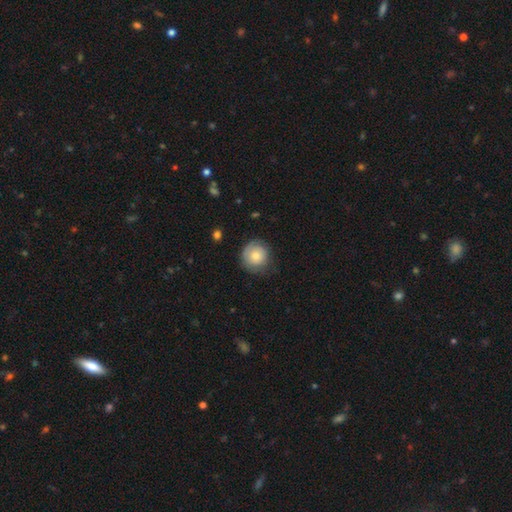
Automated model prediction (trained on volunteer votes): Smooth or featured: smooth — 71% (featured or disk — 22%)
How rounded: round — 91% (in between — 8%)
Merging: none — 72% (minor disturbance — 21%)